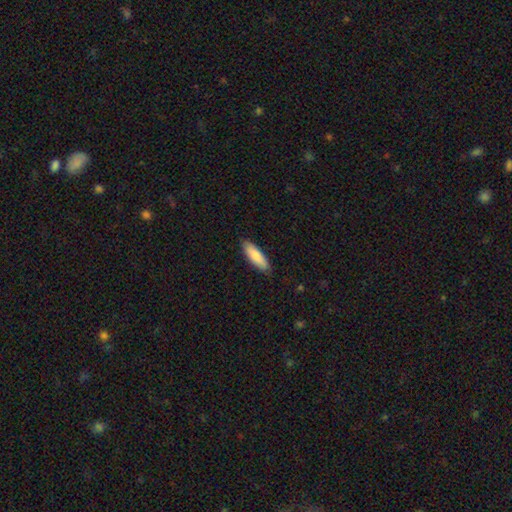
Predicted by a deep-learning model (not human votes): This is clearly a smooth galaxy (85%). How rounded: possibly cigar-shaped (52%). Merging: clearly none (87%).